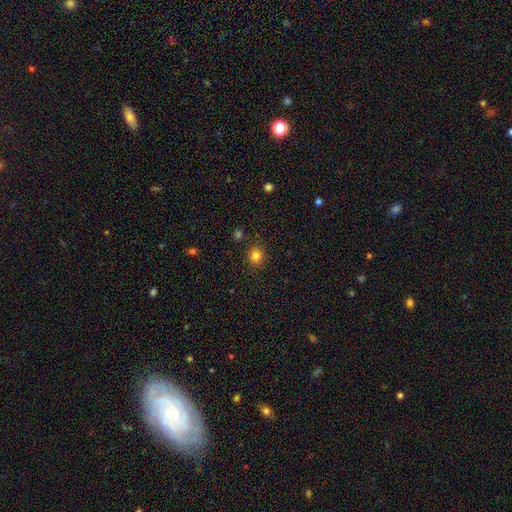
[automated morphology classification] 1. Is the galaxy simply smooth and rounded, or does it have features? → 82% smooth, 13% star or artifact, 5% featured or disk.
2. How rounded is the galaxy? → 85% round, 15% in between, 1% cigar-shaped.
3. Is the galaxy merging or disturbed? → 88% none, 8% minor disturbance, 2% merger, 2% major disturbance.